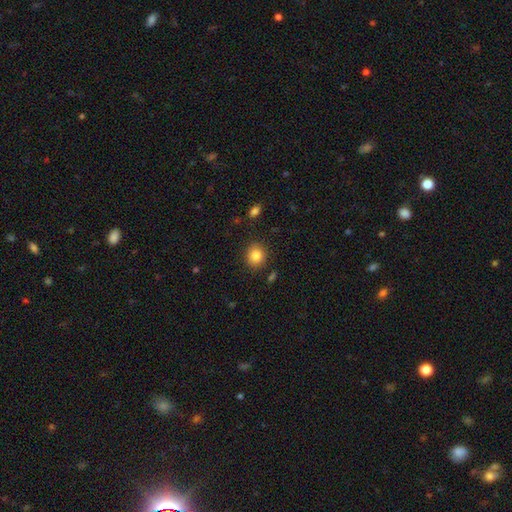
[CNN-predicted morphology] Smooth or featured: smooth — 84% (star or artifact — 10%)
How rounded: round — 78% (in between — 21%)
Merging: none — 87% (minor disturbance — 8%)